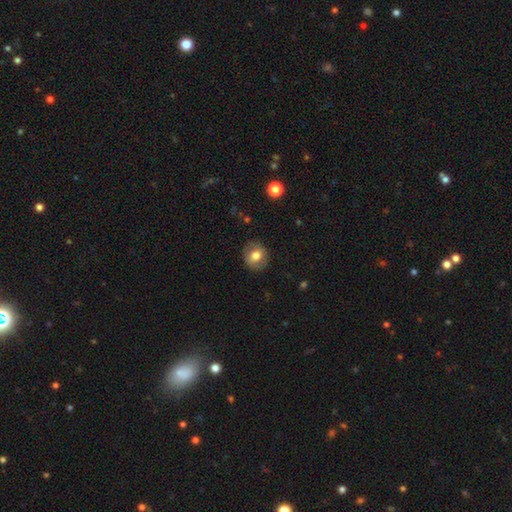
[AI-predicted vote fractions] The model was most divided on "smooth or featured": smooth: 72%, featured or disk: 20%, star or artifact: 8%. More confident: merging — none (86%); how rounded — round (78%).